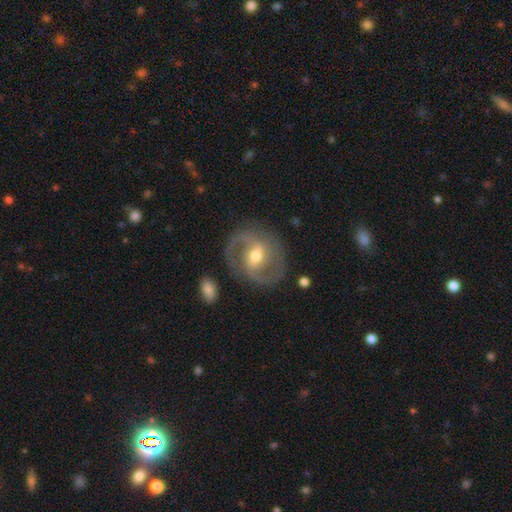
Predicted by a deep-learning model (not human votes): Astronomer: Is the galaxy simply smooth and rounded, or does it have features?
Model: featured or disk — 86%.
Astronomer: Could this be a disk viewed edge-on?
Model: no — 97%.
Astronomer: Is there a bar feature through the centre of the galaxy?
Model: weak — 52%.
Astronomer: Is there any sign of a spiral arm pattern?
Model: yes — 94%.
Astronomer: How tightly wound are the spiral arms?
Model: medium — 57%.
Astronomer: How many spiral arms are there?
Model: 2 — 88%.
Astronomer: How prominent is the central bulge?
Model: moderate — 71%.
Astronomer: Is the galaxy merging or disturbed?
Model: none — 81%.